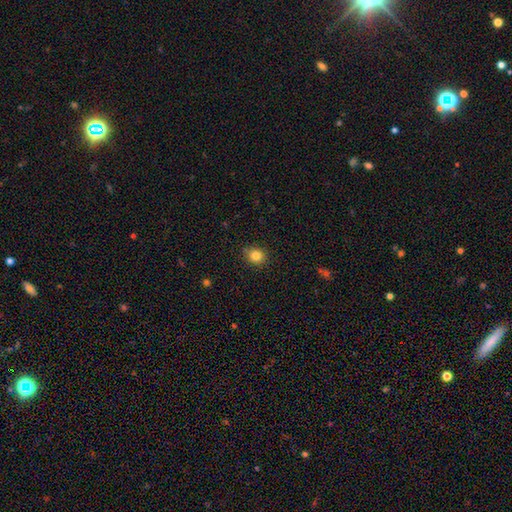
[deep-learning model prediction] Smooth or featured?
  - smooth: 83% *
  - star or artifact: 11%
  - featured or disk: 6%
How rounded?
  - round: 79% *
  - in between: 20%
  - cigar-shaped: 1%
Merging?
  - none: 88% *
  - minor disturbance: 9%
  - major disturbance: 2%
  - merger: 1%